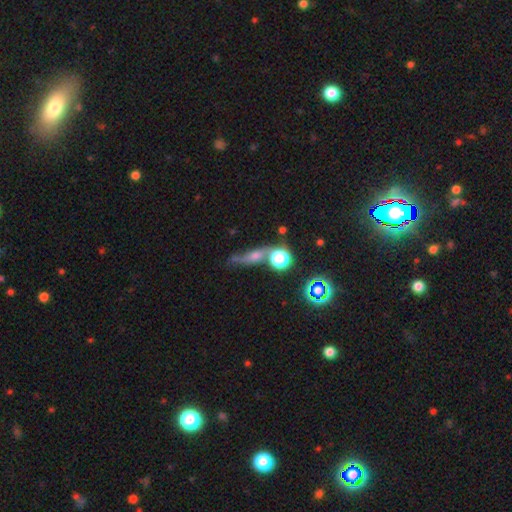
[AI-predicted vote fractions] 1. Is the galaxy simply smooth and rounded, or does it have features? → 42% featured or disk, 32% smooth, 26% star or artifact.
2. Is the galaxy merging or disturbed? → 50% none, 22% merger, 16% minor disturbance, 12% major disturbance.